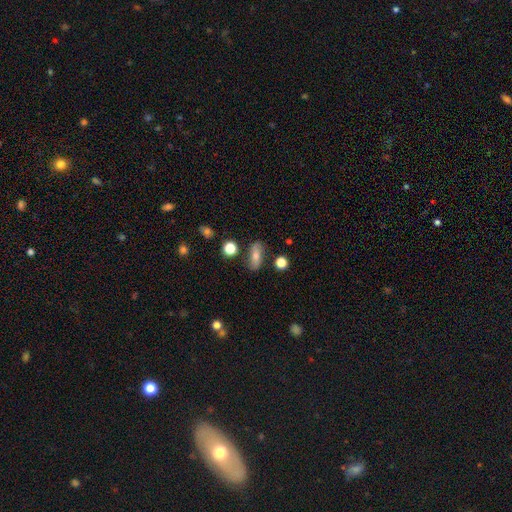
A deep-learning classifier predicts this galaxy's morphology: smooth 63%, featured or disk 27%, star or artifact 10%. Down the decision tree: how rounded — in between (69%); merging — none (81%).